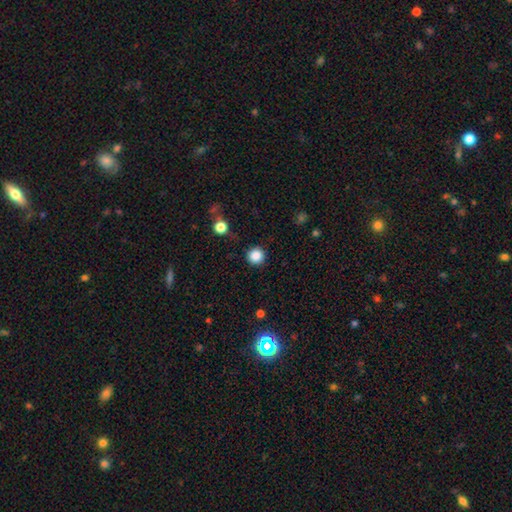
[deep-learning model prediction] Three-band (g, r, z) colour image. It shows a smooth galaxy with no disk features (86%) that is round (96%). Merging: none (89%).